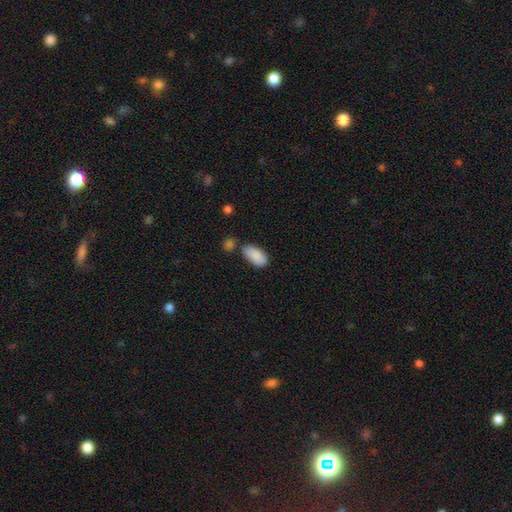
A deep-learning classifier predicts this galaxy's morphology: type=smooth (89%); roundness=in between (94%); merging=none (60%).